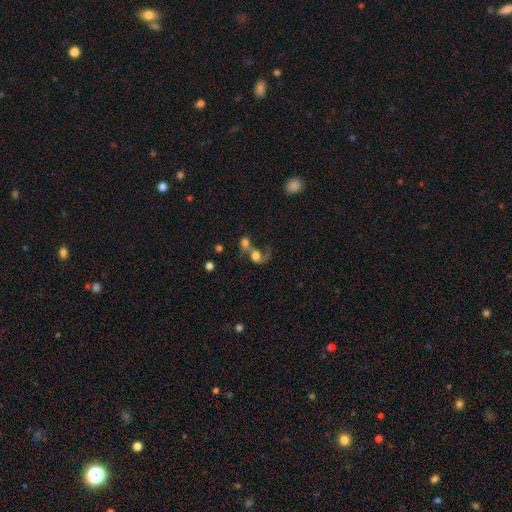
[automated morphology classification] Smooth or featured: smooth — 46% (featured or disk — 43%)
Merging: merger — 70% (major disturbance — 14%)